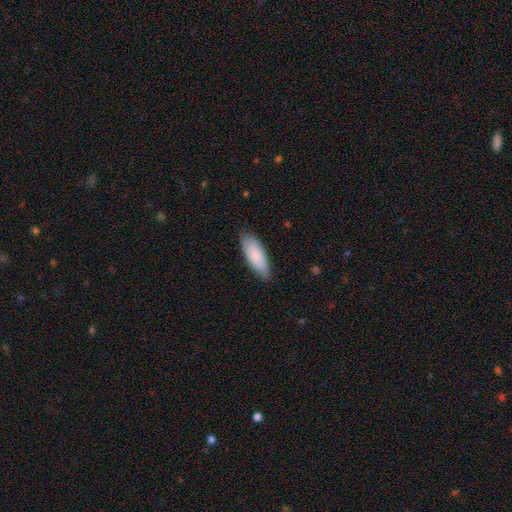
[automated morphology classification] smooth_or_featured: smooth (p=0.84) [alt: featured or disk p=0.10]
how_rounded: in between (p=0.74) [alt: cigar-shaped p=0.25]
merging: none (p=0.81) [alt: minor disturbance p=0.15]